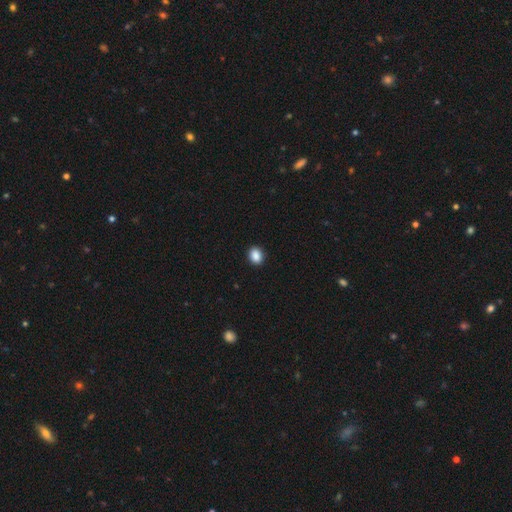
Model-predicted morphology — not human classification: Overall: smooth (88%). How rounded: round (52%; in between 47%). Merging: none (92%).